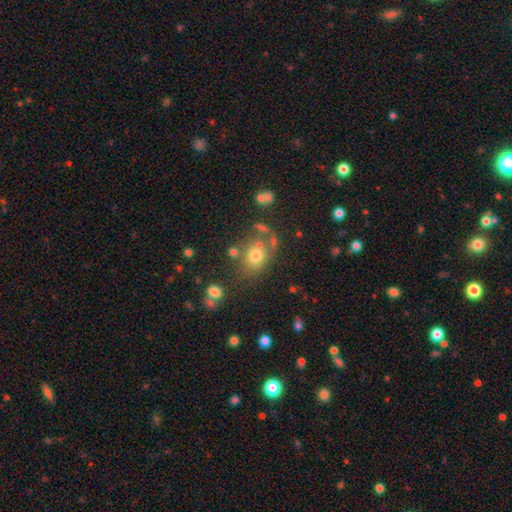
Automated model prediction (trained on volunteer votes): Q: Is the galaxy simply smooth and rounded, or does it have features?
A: smooth — 70%.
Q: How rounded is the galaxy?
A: round — 56%.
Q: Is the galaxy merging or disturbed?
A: none — 60%.